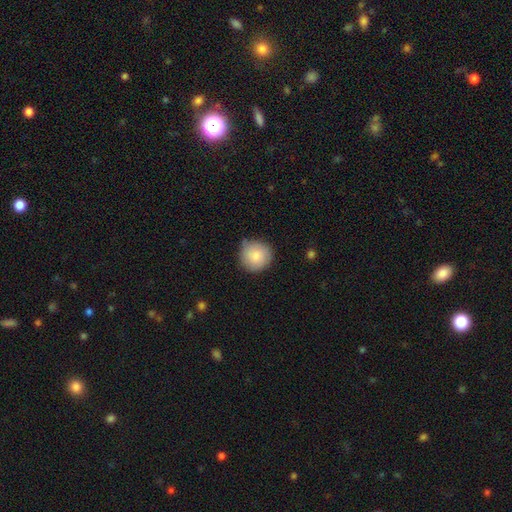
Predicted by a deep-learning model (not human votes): Smooth or featured: smooth — 84% (featured or disk — 9%)
How rounded: round — 94% (in between — 5%)
Merging: none — 79% (minor disturbance — 16%)